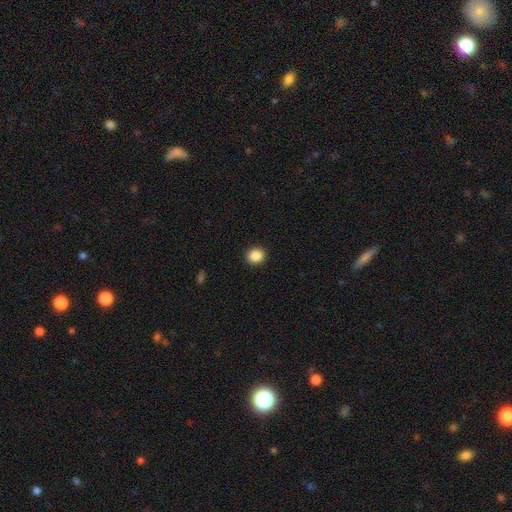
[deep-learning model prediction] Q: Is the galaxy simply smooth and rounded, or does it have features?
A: smooth — 87%.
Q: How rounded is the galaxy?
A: round — 81%.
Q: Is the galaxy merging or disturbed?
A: none — 92%.